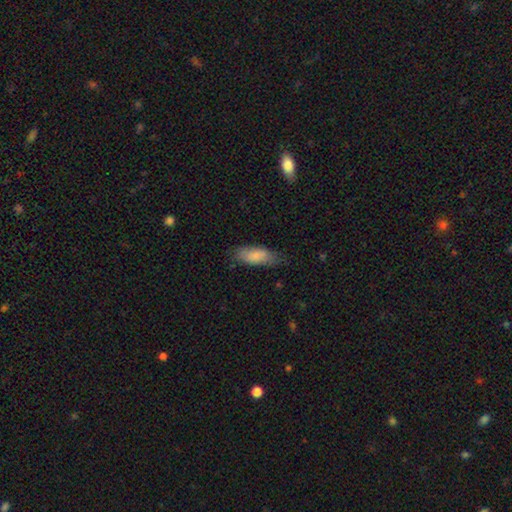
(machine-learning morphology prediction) smooth-or-featured: smooth: 82% | featured or disk: 12% | star or artifact: 6%
  how-rounded: in between: 78% | cigar-shaped: 20% | round: 2%
  merging: none: 69% | minor disturbance: 24% | major disturbance: 6% | merger: 1%